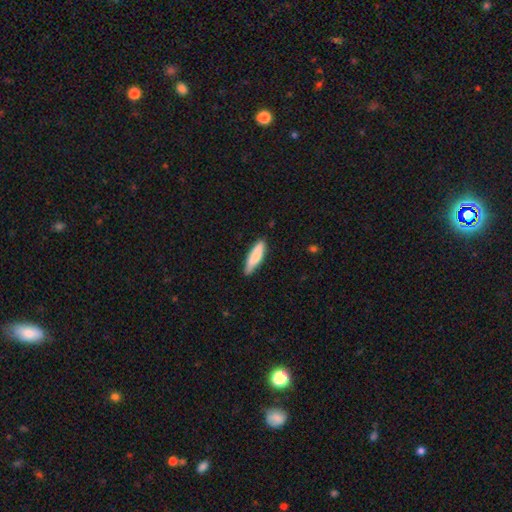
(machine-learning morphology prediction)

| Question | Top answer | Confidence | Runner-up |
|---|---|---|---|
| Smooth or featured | smooth | 81% | featured or disk (14%) |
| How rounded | cigar-shaped | 71% | in between (28%) |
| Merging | none | 84% | minor disturbance (13%) |